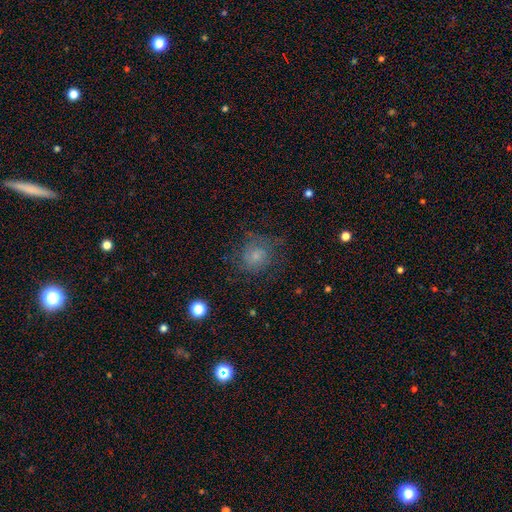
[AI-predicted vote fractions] The model was most divided on "smooth or featured": smooth: 59%, featured or disk: 27%, star or artifact: 14%. More confident: how rounded — round (81%); merging — none (63%).